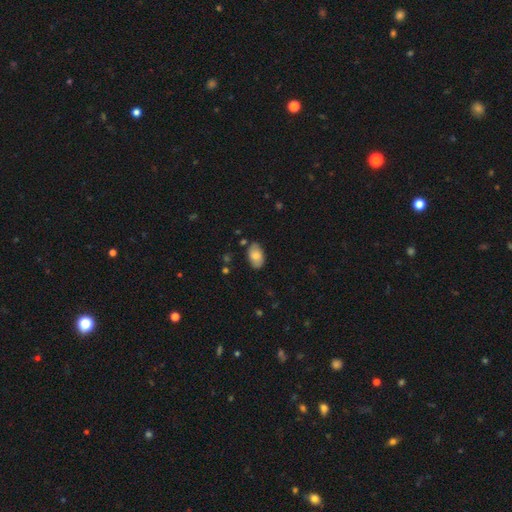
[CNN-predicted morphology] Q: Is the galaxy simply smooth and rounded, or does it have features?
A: smooth — 78%.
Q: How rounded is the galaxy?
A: in between — 93%.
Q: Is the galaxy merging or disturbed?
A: none — 80%.